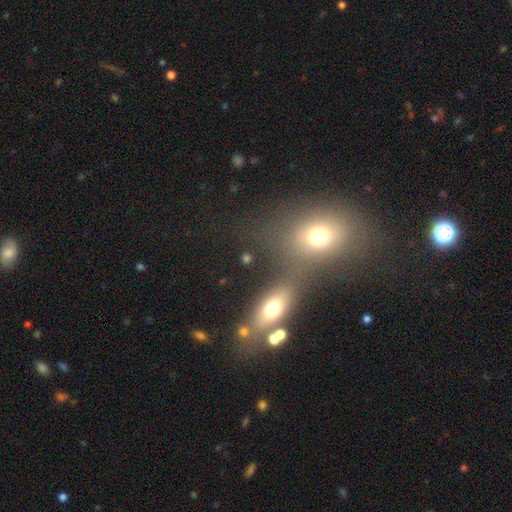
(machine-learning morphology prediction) The model was most divided on "merging": merger: 45%, none: 38%, minor disturbance: 10%, major disturbance: 7%. More confident: how rounded — in between (58%); smooth or featured — smooth (52%).